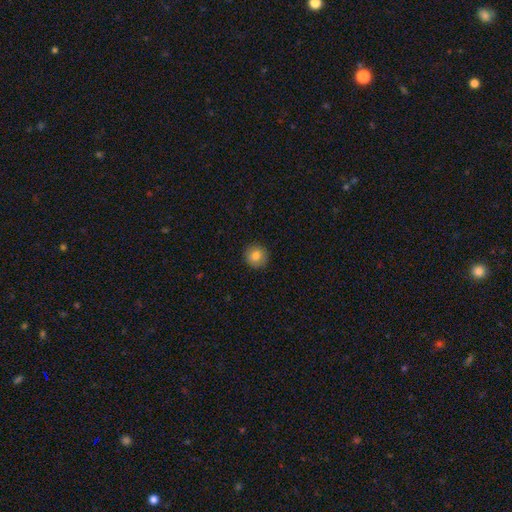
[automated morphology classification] Q: Smooth or featured?
A: smooth (82%); runner-up: star or artifact (9%)
Q: How rounded?
A: round (93%); runner-up: in between (6%)
Q: Merging?
A: none (89%); runner-up: minor disturbance (8%)